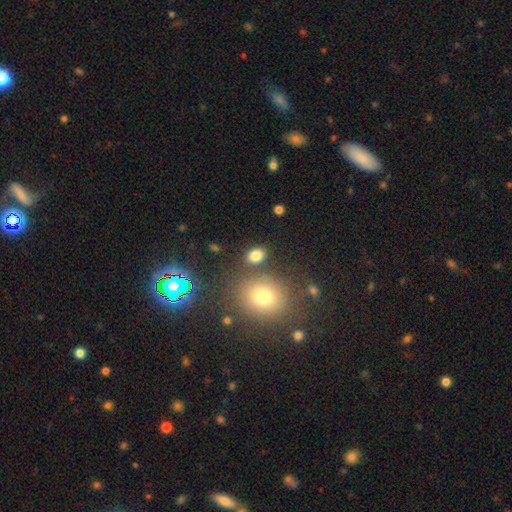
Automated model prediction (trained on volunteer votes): This appears to be a smooth galaxy with no disk features (80%) that is in between round and cigar-shaped (63%). Merging: none (77%).